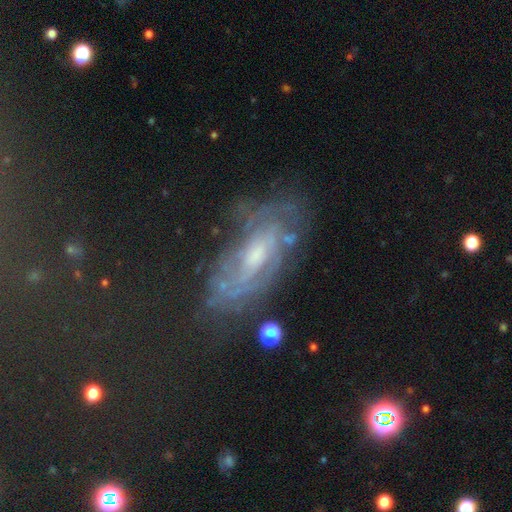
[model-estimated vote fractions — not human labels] This is likely a featured or disk galaxy (73%). It is clearly not viewed edge-on (88%). Bar: possibly no (49%). Spiral arm pattern: clearly yes (81%). Spiral arm count: possibly can't tell (59%). Spiral winding: possibly tight (52%). Central bulge: possibly moderate (50%). Merging: likely none (64%).